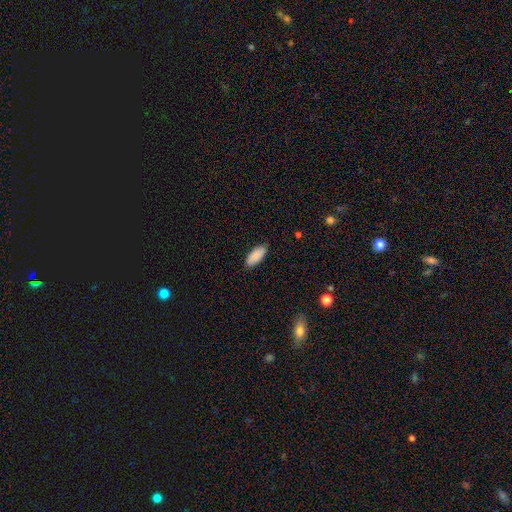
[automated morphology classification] A smooth galaxy with no disk features (89%) that is in between round and cigar-shaped (86%). Merging: none (87%).